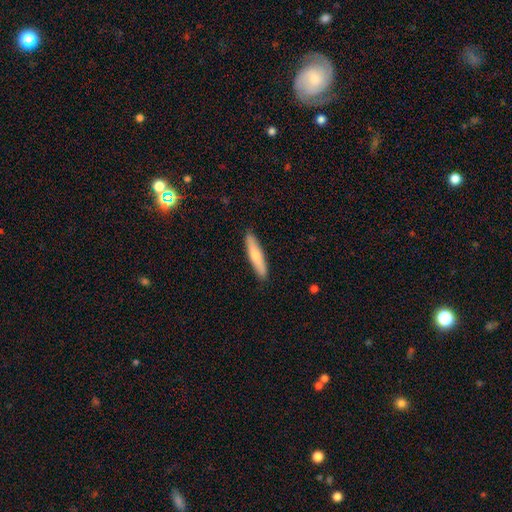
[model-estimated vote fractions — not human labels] smooth-or-featured: smooth: 69% | featured or disk: 25% | star or artifact: 5%
  how-rounded: cigar-shaped: 85% | in between: 14% | round: 1%
  merging: none: 89% | minor disturbance: 8% | major disturbance: 2% | merger: 1%